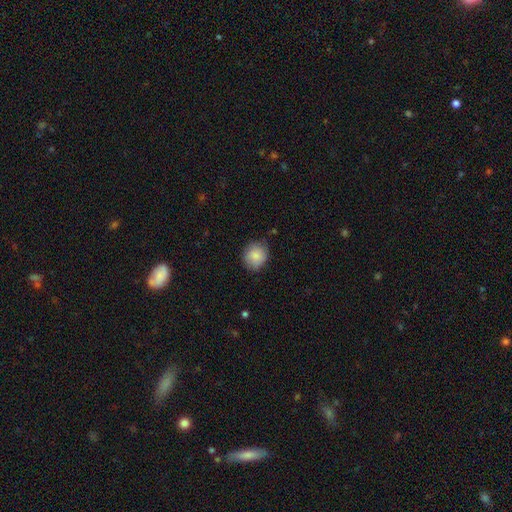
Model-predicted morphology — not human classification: Smooth or featured? Predicted: smooth (p=0.85). How rounded? Predicted: round (p=0.76). Merging? Predicted: none (p=0.73).